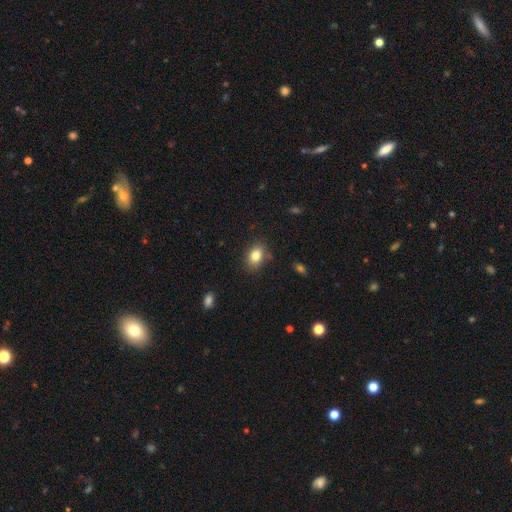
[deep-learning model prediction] Smooth or featured: smooth — 82% (star or artifact — 9%)
How rounded: in between — 76% (round — 23%)
Merging: none — 83% (minor disturbance — 12%)